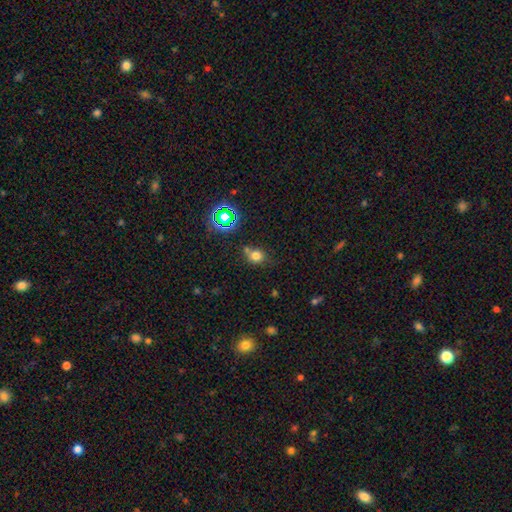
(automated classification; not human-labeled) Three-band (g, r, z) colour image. It shows a smooth galaxy with no disk features (71%) that is round (72%). Merging: none (55%).